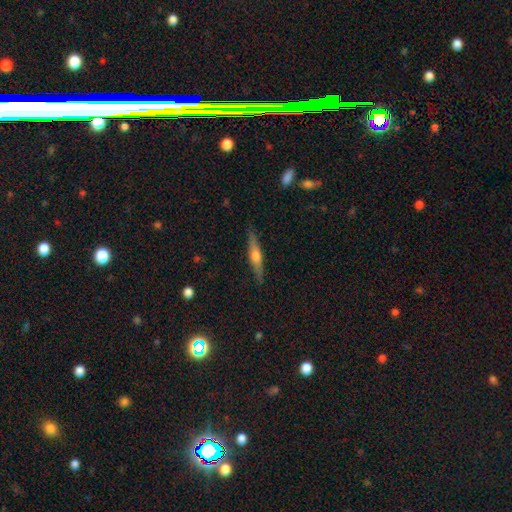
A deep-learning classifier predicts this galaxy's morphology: Q: Smooth or featured?
A: featured or disk (65%); runner-up: smooth (28%)
Q: Edge-on disk?
A: yes (97%); runner-up: no (3%)
Q: Edge-on bulge?
A: rounded (89%); runner-up: boxy (6%)
Q: Merging?
A: none (88%); runner-up: minor disturbance (9%)